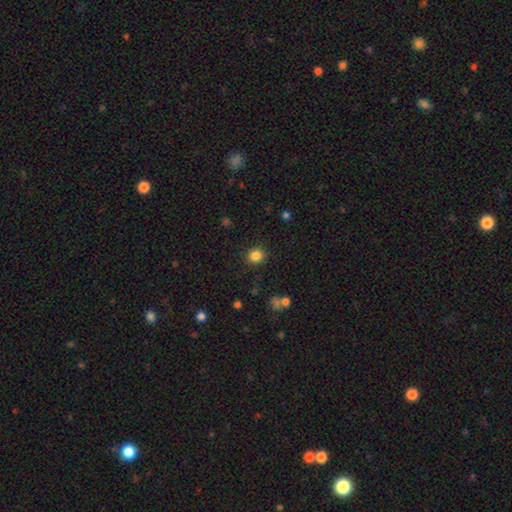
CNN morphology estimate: Overall: smooth (84%). How rounded: round (80%). Merging: none (89%).